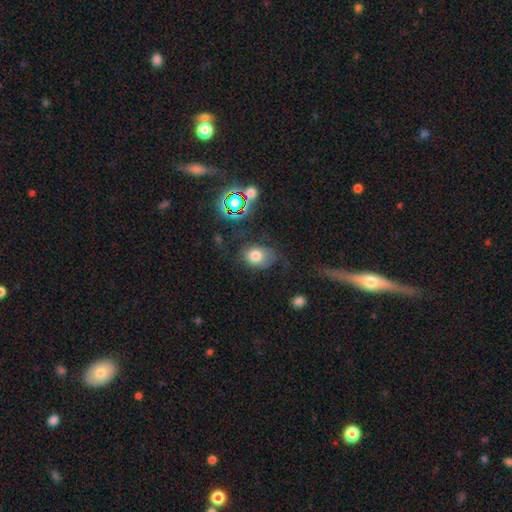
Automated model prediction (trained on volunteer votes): This is likely a smooth galaxy (71%). How rounded: likely in between (61%). Merging: possibly none (51%).